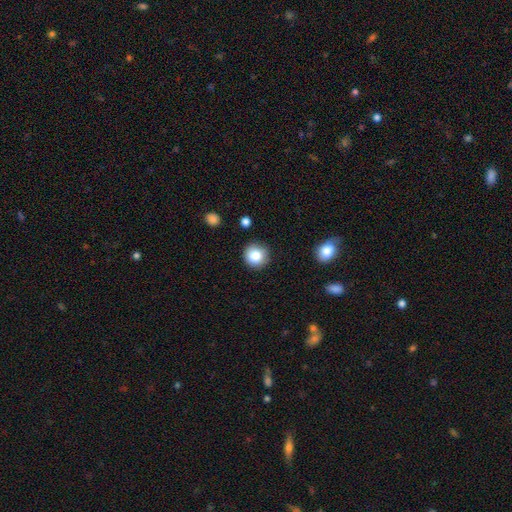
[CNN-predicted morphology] This is clearly a smooth galaxy (83%). How rounded: clearly round (94%). Merging: clearly none (87%).